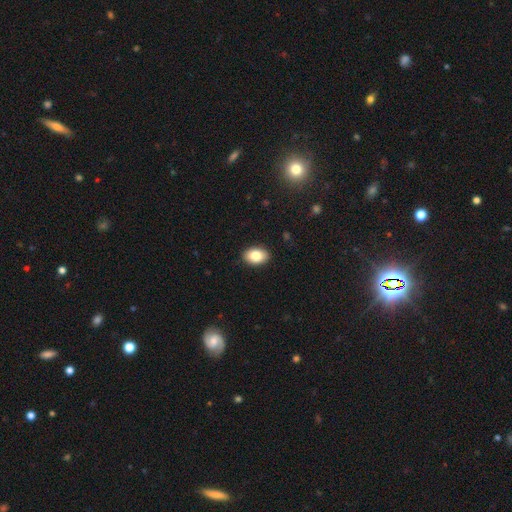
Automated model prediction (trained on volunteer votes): Morphology: type=smooth (83%); roundness=in between (83%); merging=none (90%).